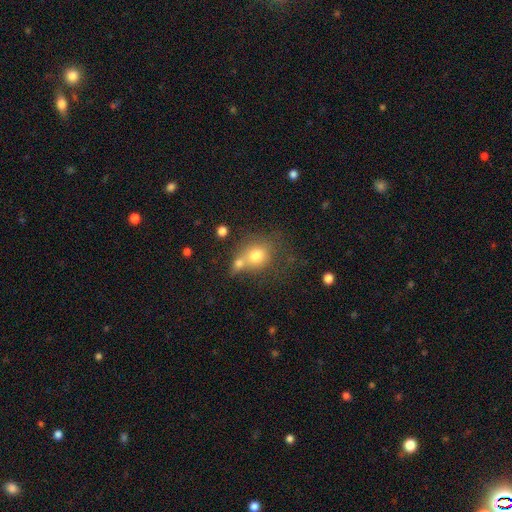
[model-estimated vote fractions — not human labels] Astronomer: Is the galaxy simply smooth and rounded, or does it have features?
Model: smooth — 73%.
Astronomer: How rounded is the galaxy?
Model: round — 70%.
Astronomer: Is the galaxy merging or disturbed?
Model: merger — 42% (runner-up: none, 38%).